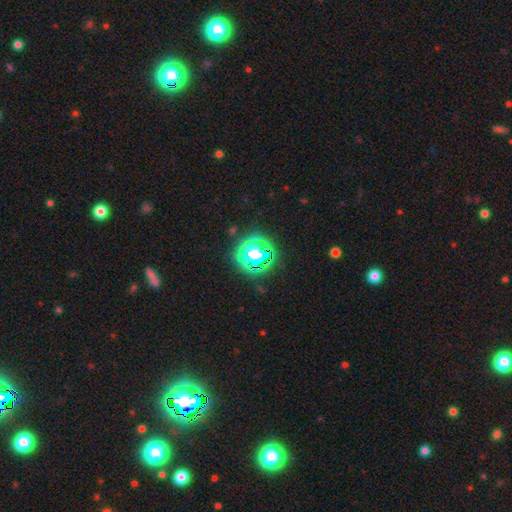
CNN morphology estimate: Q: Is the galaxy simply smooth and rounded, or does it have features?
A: star or artifact — 57%.